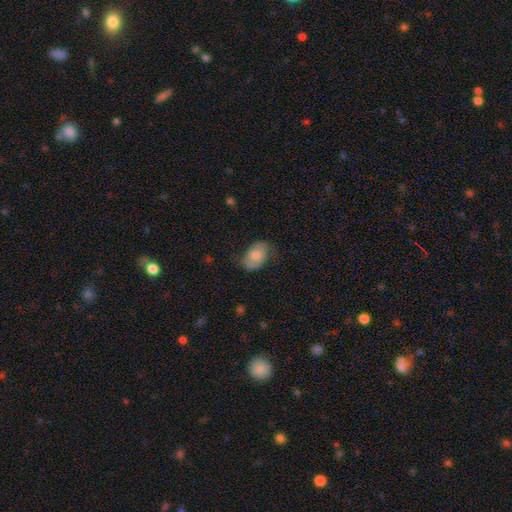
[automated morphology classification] Smooth or featured?
  - smooth: 68% *
  - featured or disk: 26%
  - star or artifact: 7%
How rounded?
  - in between: 84% *
  - round: 15%
  - cigar-shaped: 1%
Merging?
  - none: 63% *
  - minor disturbance: 26%
  - major disturbance: 9%
  - merger: 1%